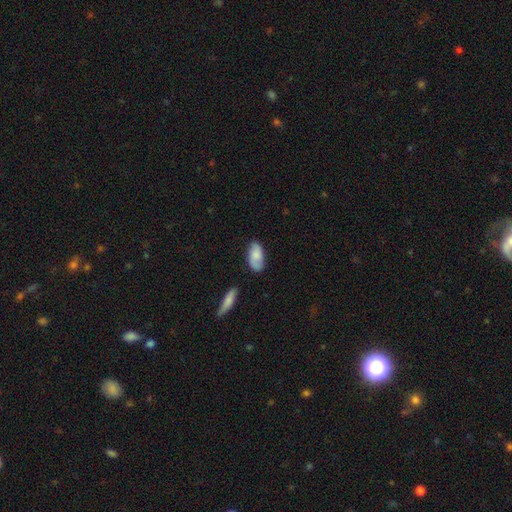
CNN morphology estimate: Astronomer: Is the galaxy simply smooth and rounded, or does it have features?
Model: smooth — 74%.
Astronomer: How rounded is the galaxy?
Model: in between — 93%.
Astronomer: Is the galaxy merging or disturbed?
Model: none — 72%.